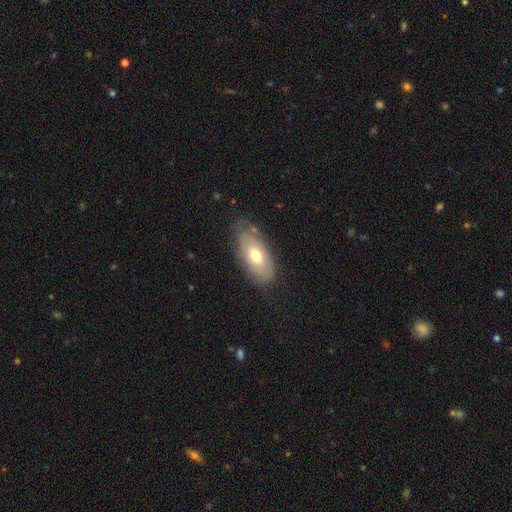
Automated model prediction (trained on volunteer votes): Q: Smooth or featured?
A: smooth (62%); runner-up: featured or disk (32%)
Q: How rounded?
A: in between (90%); runner-up: cigar-shaped (7%)
Q: Merging?
A: none (74%); runner-up: minor disturbance (19%)